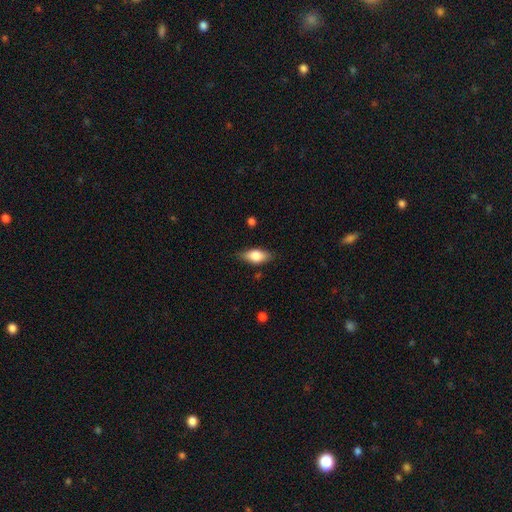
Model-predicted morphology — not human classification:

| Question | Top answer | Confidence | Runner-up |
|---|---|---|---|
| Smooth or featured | smooth | 75% | featured or disk (18%) |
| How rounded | in between | 85% | cigar-shaped (11%) |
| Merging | none | 82% | minor disturbance (14%) |